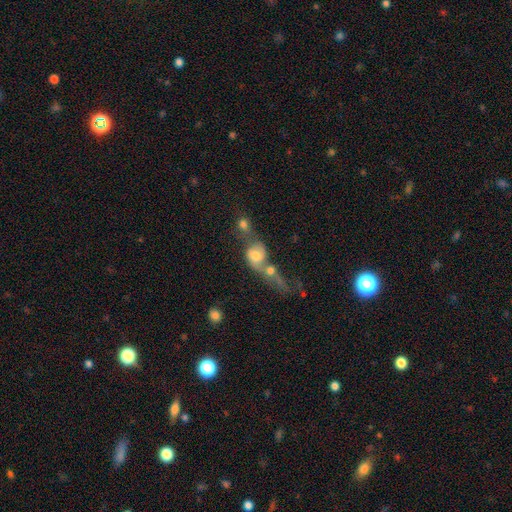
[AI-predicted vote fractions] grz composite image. It shows a smooth galaxy with no disk features (54%) that is round (54%). Merging: merger (67%).